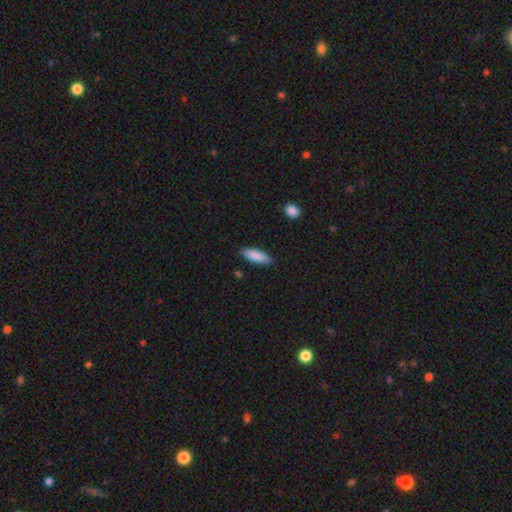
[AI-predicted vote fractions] A smooth galaxy with no disk features (87%) that is in between round and cigar-shaped (54%).

Vote fractions:
- Smooth or featured? smooth: 87% / featured or disk: 7% / star or artifact: 6%
- How rounded? in between: 54% / cigar-shaped: 45% / round: 2%
- Merging? none: 87% / minor disturbance: 10% / major disturbance: 2% / merger: 1%